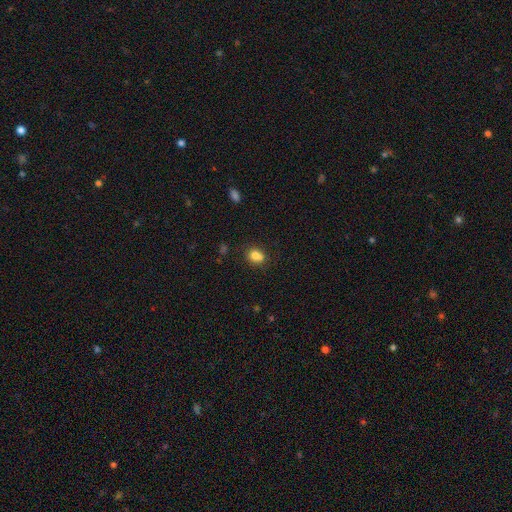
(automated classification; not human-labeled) smooth-or-featured: smooth: 80% | star or artifact: 11% | featured or disk: 9%
  how-rounded: in between: 52% | round: 46% | cigar-shaped: 1%
  merging: none: 57% | merger: 21% | minor disturbance: 17% | major disturbance: 5%